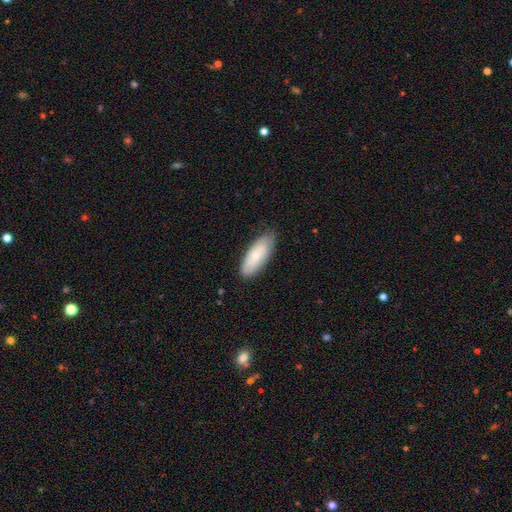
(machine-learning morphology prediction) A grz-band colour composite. It shows a smooth galaxy with no disk features (69%) that is in between round and cigar-shaped (77%). Merging: none (81%).